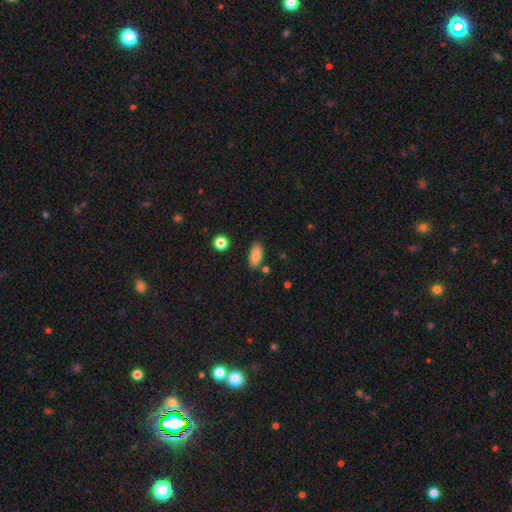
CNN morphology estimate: This appears to be a smooth galaxy with no disk features (84%) that is in between round and cigar-shaped (89%). Merging: none (80%).